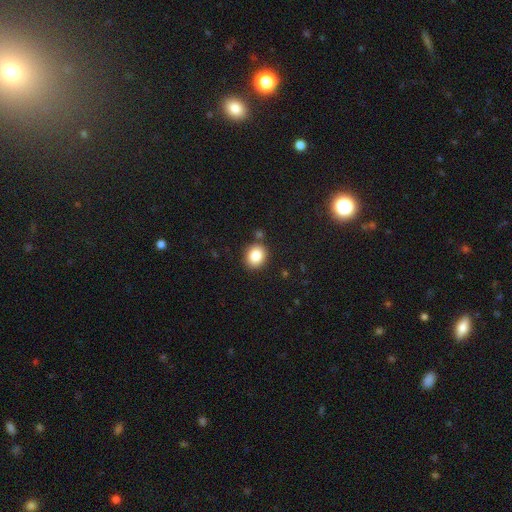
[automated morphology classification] A smooth galaxy with no disk features (85%) that is round (65%).

Vote fractions:
- Smooth or featured? smooth: 85% / star or artifact: 9% / featured or disk: 5%
- How rounded? round: 65% / in between: 34% / cigar-shaped: 1%
- Merging? none: 84% / minor disturbance: 9% / merger: 5% / major disturbance: 2%